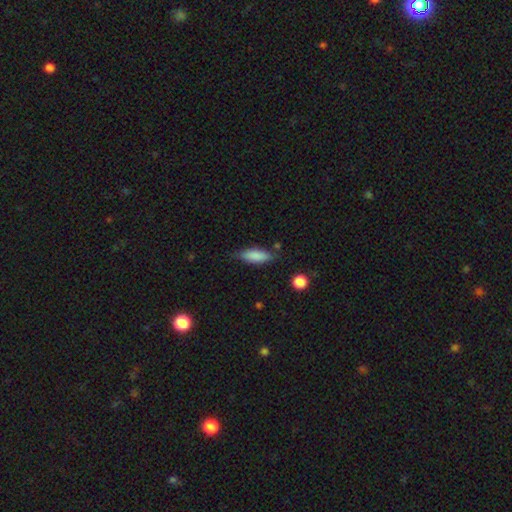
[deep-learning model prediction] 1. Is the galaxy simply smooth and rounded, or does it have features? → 82% smooth, 12% featured or disk, 7% star or artifact.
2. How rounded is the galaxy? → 57% in between, 41% cigar-shaped, 2% round.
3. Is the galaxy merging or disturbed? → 72% none, 21% minor disturbance, 4% major disturbance, 3% merger.